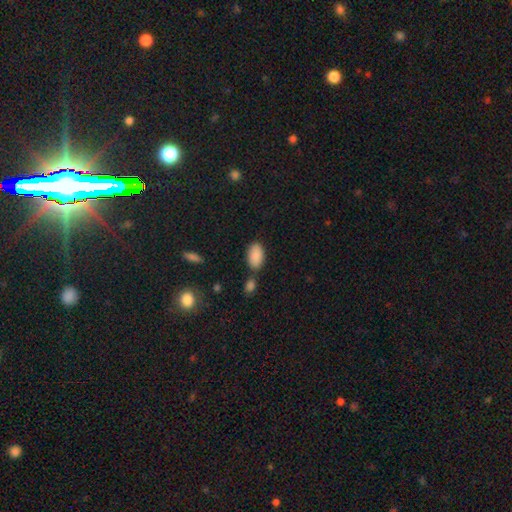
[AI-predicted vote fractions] Q: Smooth or featured?
A: smooth (89%); runner-up: star or artifact (7%)
Q: How rounded?
A: in between (94%); runner-up: round (5%)
Q: Merging?
A: none (71%); runner-up: minor disturbance (14%)